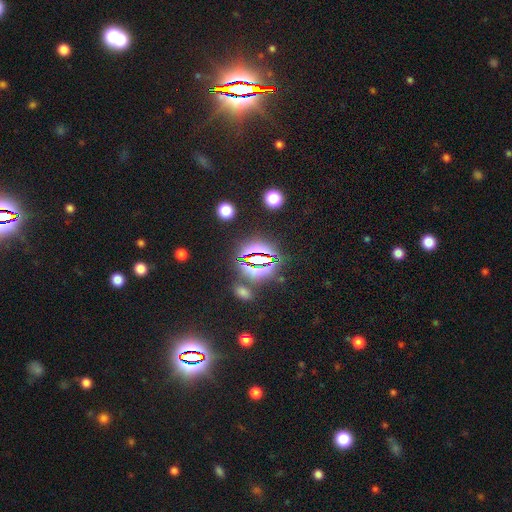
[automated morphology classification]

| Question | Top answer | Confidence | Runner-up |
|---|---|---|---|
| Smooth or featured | star or artifact | 73% | smooth (18%) |